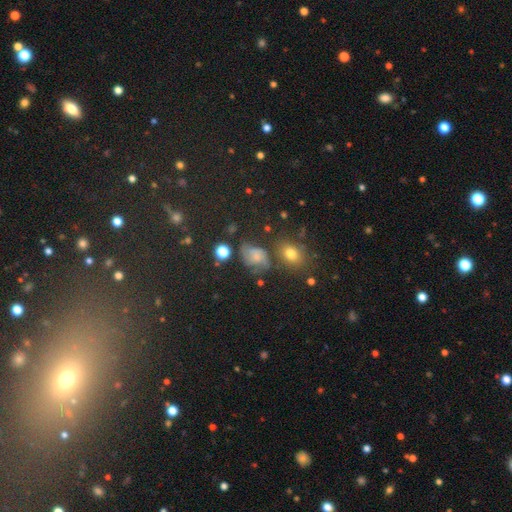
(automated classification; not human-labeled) Smooth or featured? smooth (42%)
Merging? none (47%)